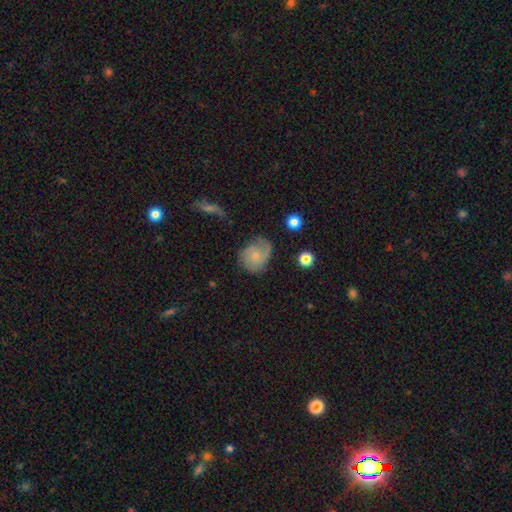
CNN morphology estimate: Smooth or featured?
  - featured or disk: 50% *
  - smooth: 42%
  - star or artifact: 8%
Merging?
  - none: 59% *
  - minor disturbance: 27%
  - major disturbance: 12%
  - merger: 2%